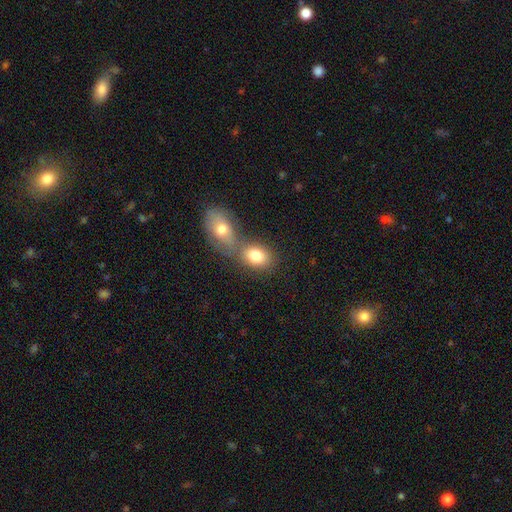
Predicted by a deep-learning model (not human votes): A smooth galaxy with no disk features (79%) that is in between round and cigar-shaped (73%). Merging: merger (49%).